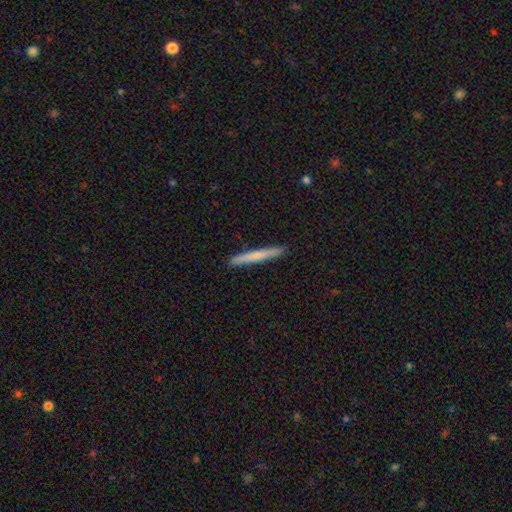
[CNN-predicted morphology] A smooth galaxy with no disk features (67%) that is cigar-shaped (97%).

Vote fractions:
- Smooth or featured? smooth: 67% / featured or disk: 27% / star or artifact: 6%
- How rounded? cigar-shaped: 97% / in between: 2% / round: 1%
- Merging? none: 92% / minor disturbance: 6% / major disturbance: 1% / merger: 1%